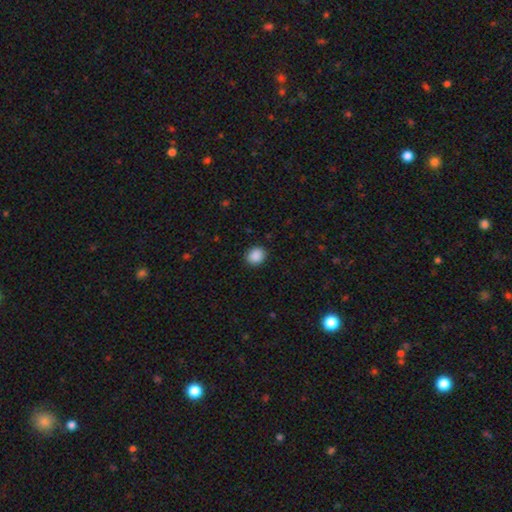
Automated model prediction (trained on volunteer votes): The model was most divided on "how rounded": round: 72%, in between: 27%, cigar-shaped: 1%. More confident: smooth or featured — smooth (89%); merging — none (89%).